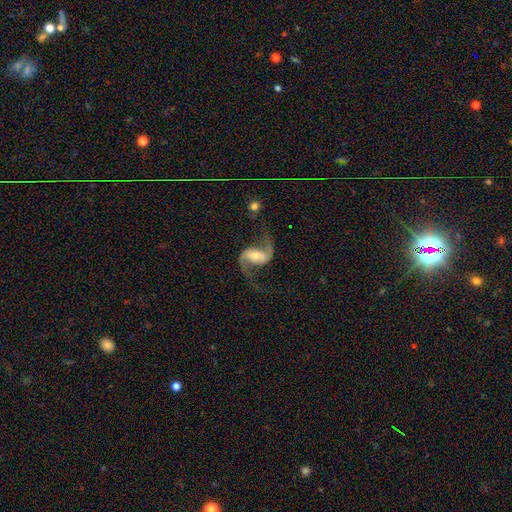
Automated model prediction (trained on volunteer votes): The model was most divided on "bar" (2-way tie): weak: 39%, strong: 39%, no: 22%. More confident: edge-on disk — no (97%); spiral arms — yes (97%); spiral arm count — 2 (94%); smooth or featured — featured or disk (90%); merging — none (75%); spiral winding — loose (70%); bulge size — moderate (53%).